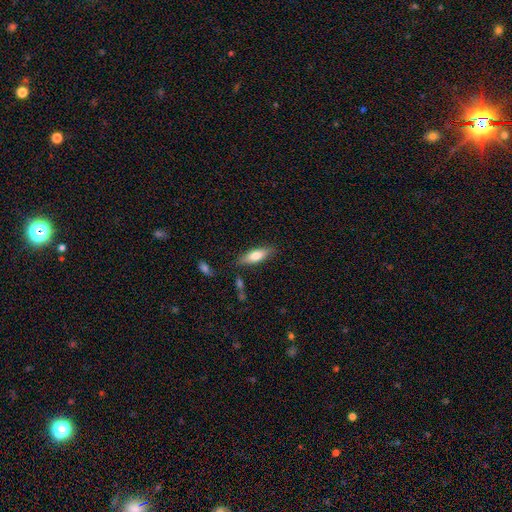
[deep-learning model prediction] Smooth or featured? smooth (70%)
How rounded? in between (53%)
Merging? none (81%)